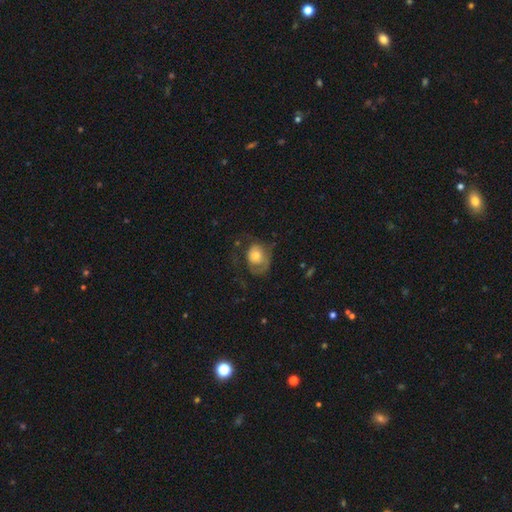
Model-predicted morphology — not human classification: A smooth galaxy with no disk features (53%) that is round (52%). Merging: none (38%).